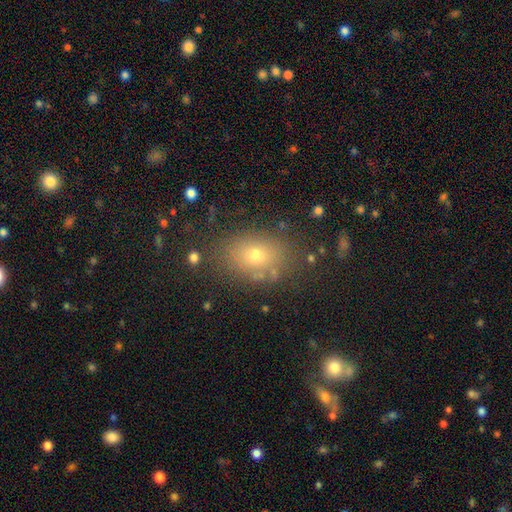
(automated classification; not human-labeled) This is likely a smooth galaxy (73%). How rounded: likely in between (78%). Merging: likely none (79%).